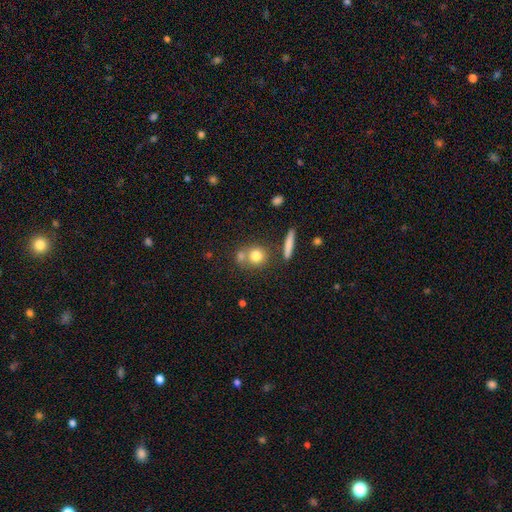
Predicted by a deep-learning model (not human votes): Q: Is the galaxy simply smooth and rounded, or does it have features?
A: smooth — 76%.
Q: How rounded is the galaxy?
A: round — 82%.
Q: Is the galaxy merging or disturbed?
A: none — 56%.